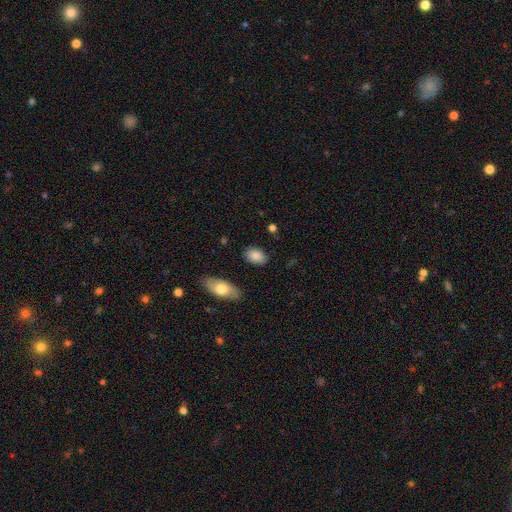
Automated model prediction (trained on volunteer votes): smooth_or_featured: smooth (p=0.85) [alt: featured or disk p=0.08]
how_rounded: in between (p=0.88) [alt: round p=0.10]
merging: none (p=0.84) [alt: minor disturbance p=0.11]